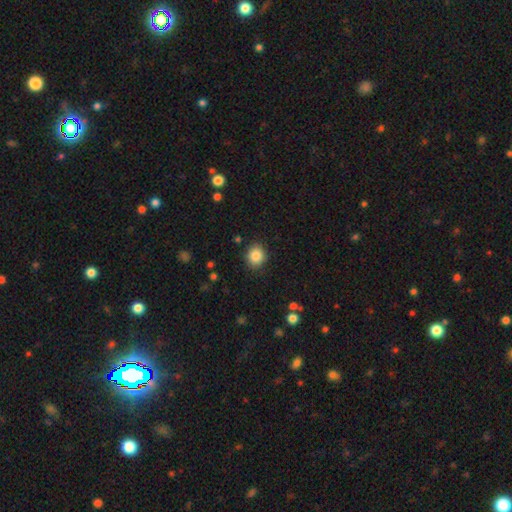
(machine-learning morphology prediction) Smooth or featured? smooth (86%)
How rounded? round (78%)
Merging? none (89%)